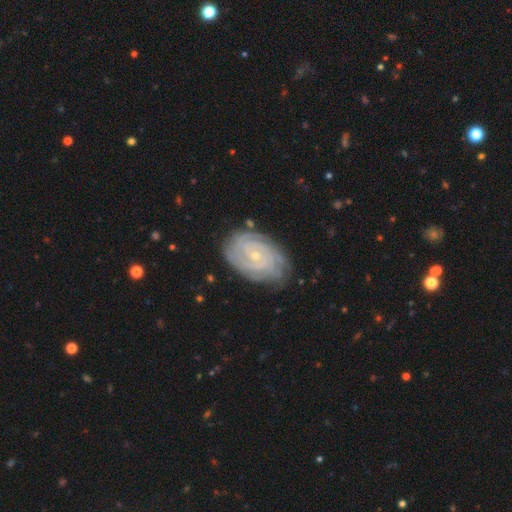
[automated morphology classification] Smooth or featured: featured or disk — 86% (smooth — 8%)
Edge-on disk: no — 97% (yes — 3%)
Bar: no — 63% (weak — 30%)
Spiral arms: yes — 97% (no — 3%)
Spiral winding: tight — 81% (medium — 16%)
Spiral arm count: can't tell — 27% (2 — 26%)
Bulge size: small — 77% (moderate — 20%)
Merging: none — 79% (minor disturbance — 16%)